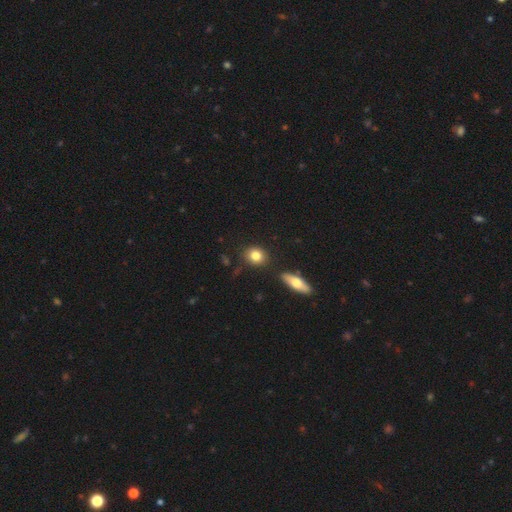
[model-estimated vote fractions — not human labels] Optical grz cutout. It shows a smooth galaxy with no disk features (82%) that is round (62%). Merging: none (82%).